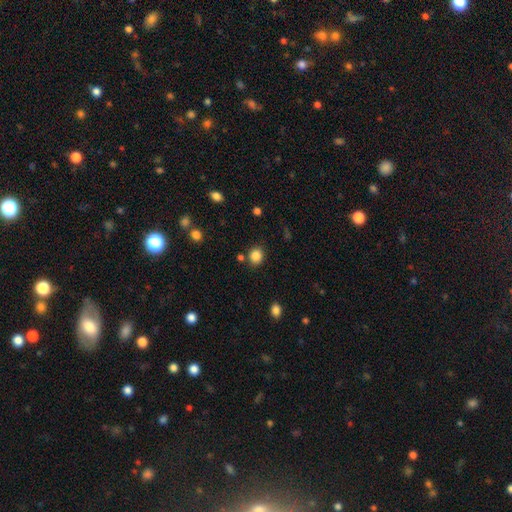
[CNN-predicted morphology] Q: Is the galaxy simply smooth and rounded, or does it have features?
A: smooth — 85%.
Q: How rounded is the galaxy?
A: round — 74%.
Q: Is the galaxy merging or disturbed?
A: none — 83%.